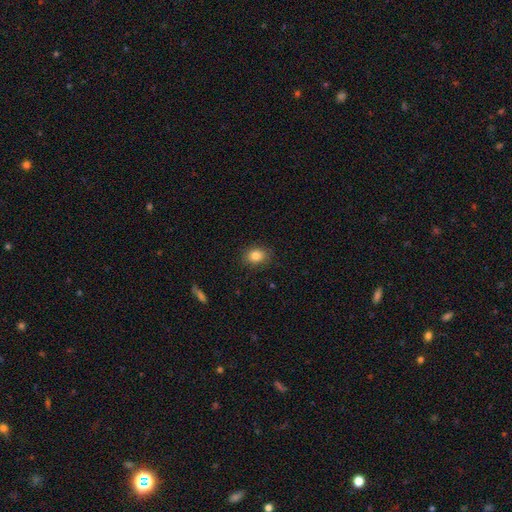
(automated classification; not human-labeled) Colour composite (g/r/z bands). It shows a smooth galaxy with no disk features (83%) that is in between round and cigar-shaped (54%). Merging: none (86%).